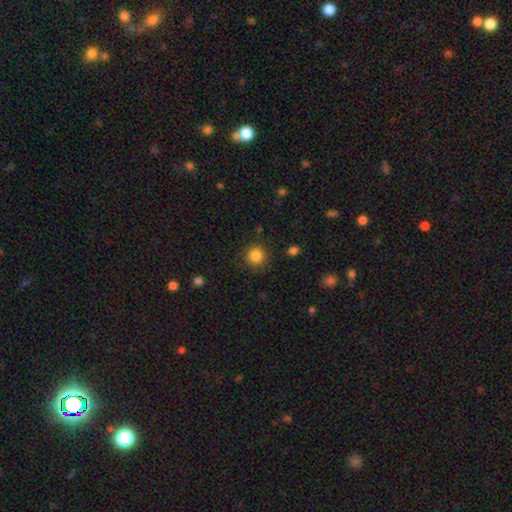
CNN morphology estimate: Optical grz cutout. It shows a smooth galaxy with no disk features (85%) that is round (93%). Merging: none (88%).